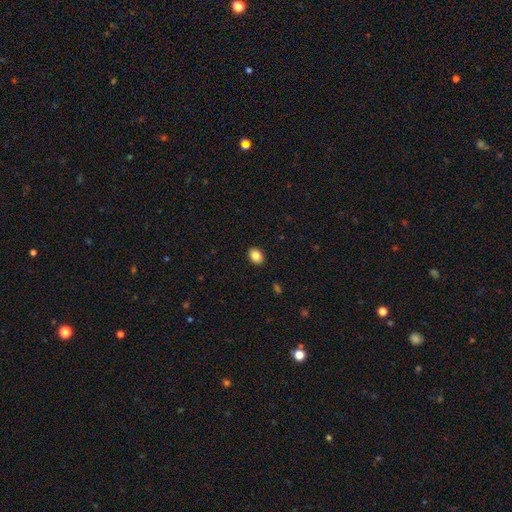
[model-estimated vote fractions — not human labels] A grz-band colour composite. It shows a smooth galaxy with no disk features (85%) that is in between round and cigar-shaped (63%). Merging: none (91%).